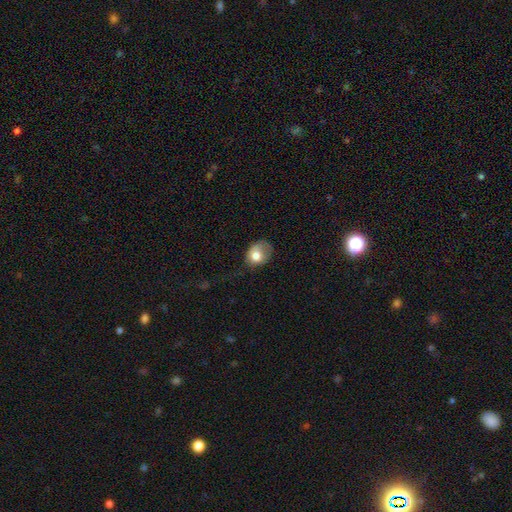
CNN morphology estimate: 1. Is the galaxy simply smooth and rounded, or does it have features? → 73% smooth, 18% featured or disk, 9% star or artifact.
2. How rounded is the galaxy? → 52% in between, 47% round, 1% cigar-shaped.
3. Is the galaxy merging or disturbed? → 36% minor disturbance, 34% none, 28% major disturbance, 2% merger.